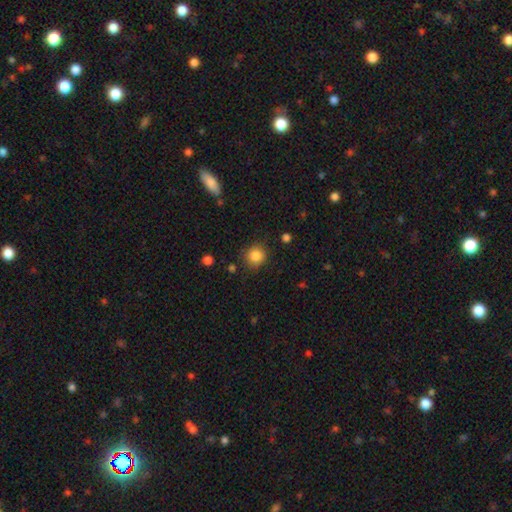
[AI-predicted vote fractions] Morphology: type=smooth (86%); roundness=round (87%); merging=none (81%).